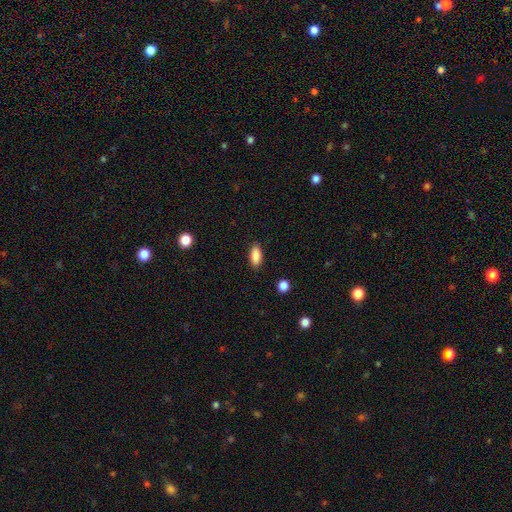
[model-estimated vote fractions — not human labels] A smooth galaxy with no disk features (88%) that is in between round and cigar-shaped (86%). Merging: none (88%).